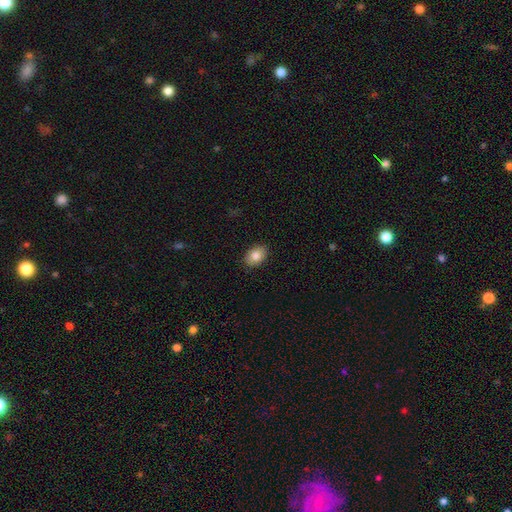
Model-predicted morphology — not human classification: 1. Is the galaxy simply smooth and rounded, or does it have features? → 84% smooth, 8% featured or disk, 8% star or artifact.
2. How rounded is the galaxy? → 80% in between, 19% round, 1% cigar-shaped.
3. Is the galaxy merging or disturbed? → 88% none, 9% minor disturbance, 2% major disturbance, 1% merger.